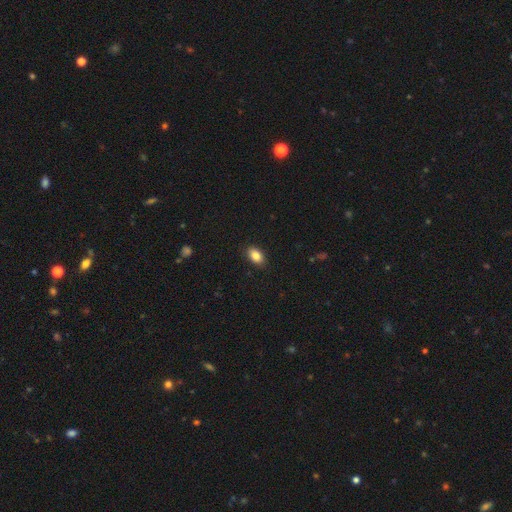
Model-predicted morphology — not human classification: smooth 86%, star or artifact 8%, featured or disk 6%. Down the decision tree: how rounded — in between (91%); merging — none (88%).